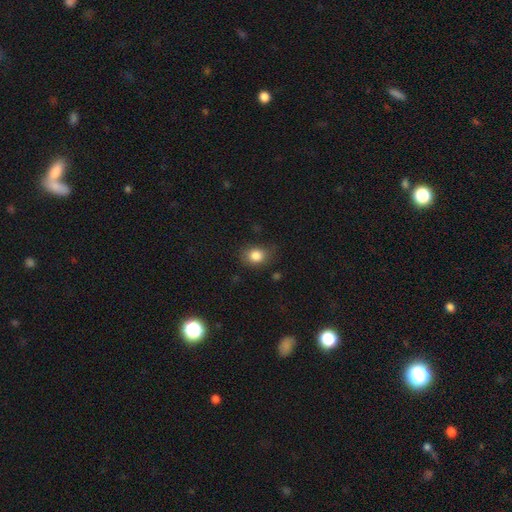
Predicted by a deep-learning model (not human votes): Smooth or featured? Predicted: smooth (p=0.84). How rounded? Predicted: round (p=0.53). Merging? Predicted: none (p=0.71).